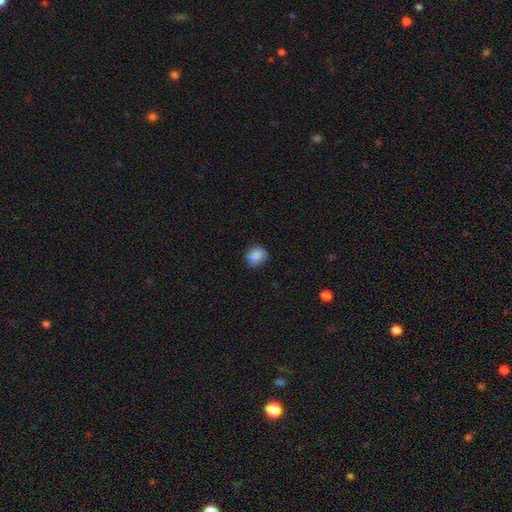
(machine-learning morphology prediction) Q: Smooth or featured?
A: smooth (86%); runner-up: star or artifact (8%)
Q: How rounded?
A: round (73%); runner-up: in between (26%)
Q: Merging?
A: none (77%); runner-up: minor disturbance (18%)